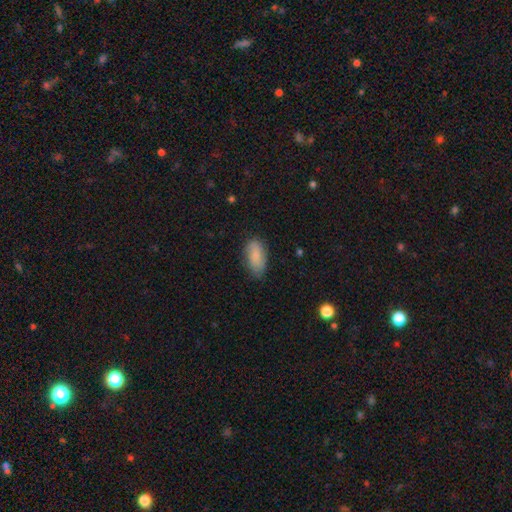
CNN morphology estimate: A smooth galaxy with no disk features (83%) that is in between round and cigar-shaped (90%).

Vote fractions:
- Smooth or featured? smooth: 83% / featured or disk: 11% / star or artifact: 7%
- How rounded? in between: 90% / cigar-shaped: 7% / round: 3%
- Merging? none: 72% / minor disturbance: 22% / major disturbance: 4% / merger: 1%